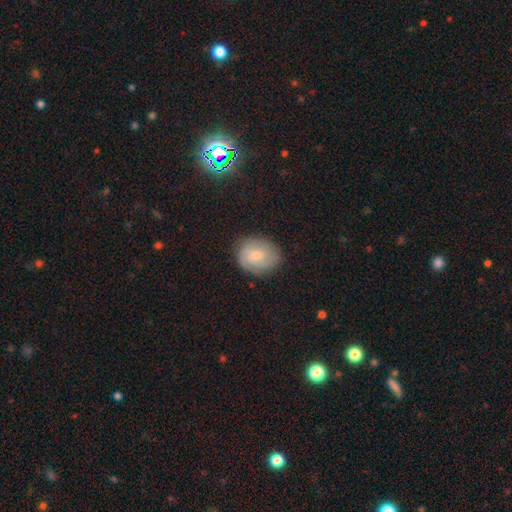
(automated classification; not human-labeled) smooth_or_featured: featured or disk (p=0.55) [alt: smooth p=0.38]
disk_edge_on: no (p=0.97) [alt: yes p=0.03]
bar: no (p=0.51) [alt: weak p=0.43]
has_spiral_arms: yes (p=0.88) [alt: no p=0.12]
bulge_size: moderate (p=0.46) [alt: small p=0.44]
merging: none (p=0.79) [alt: minor disturbance p=0.15]